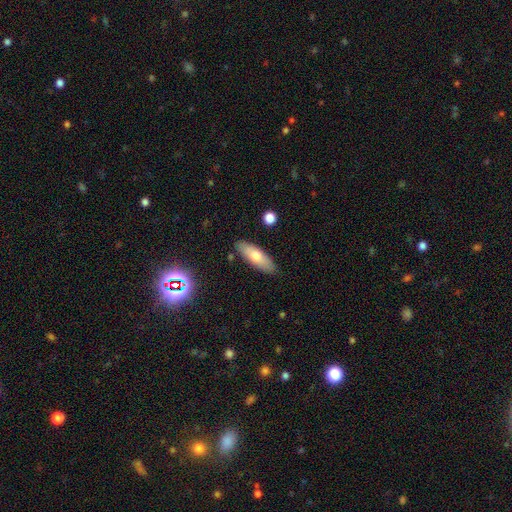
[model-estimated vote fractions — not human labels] The model was most divided on "how rounded": in between: 60%, cigar-shaped: 38%, round: 2%. More confident: merging — none (87%); smooth or featured — smooth (69%).